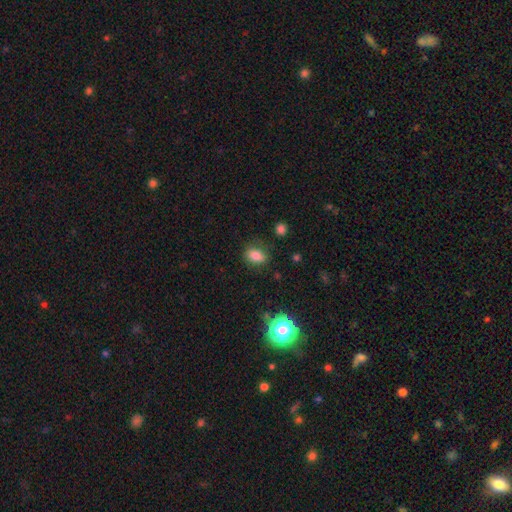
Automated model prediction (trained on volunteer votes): Morphology: type=smooth (81%); roundness=in between (74%); merging=none (78%).